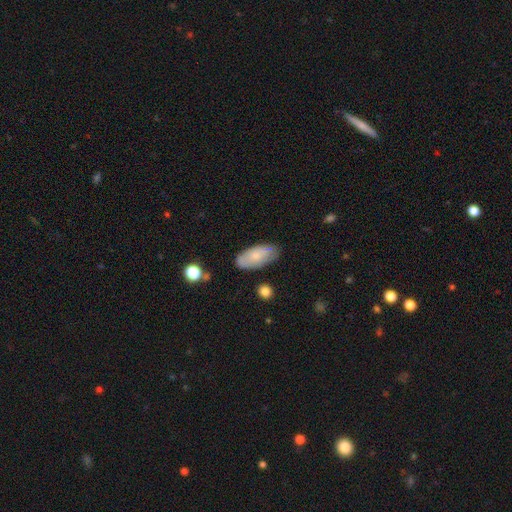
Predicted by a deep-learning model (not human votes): Smooth or featured: smooth — 73% (featured or disk — 20%)
How rounded: in between — 90% (cigar-shaped — 8%)
Merging: none — 74% (minor disturbance — 20%)